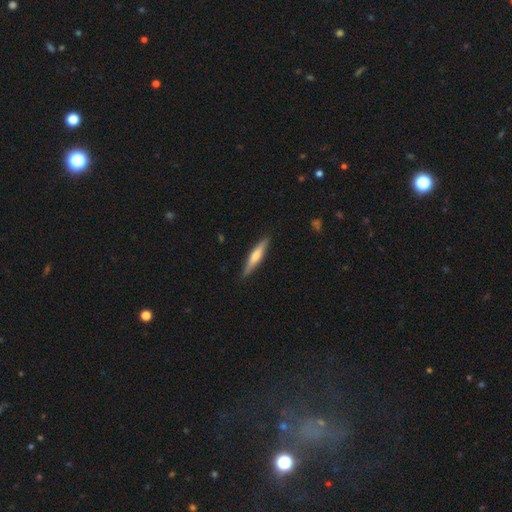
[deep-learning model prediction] Q: Smooth or featured?
A: smooth (49%); runner-up: featured or disk (46%)
Q: Merging?
A: none (89%); runner-up: minor disturbance (9%)